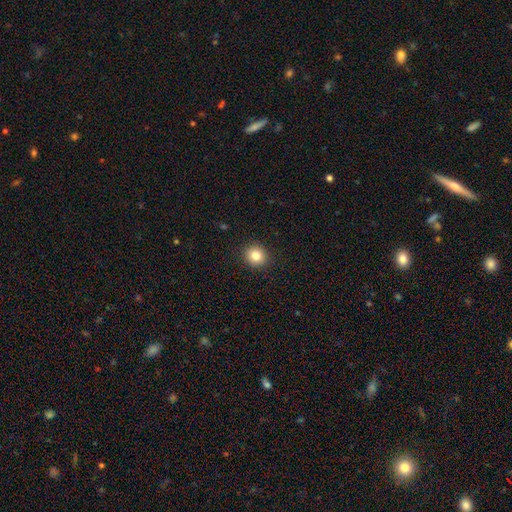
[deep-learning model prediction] smooth-or-featured: smooth: 83% | star or artifact: 11% | featured or disk: 6%
  how-rounded: round: 89% | in between: 10% | cigar-shaped: 1%
  merging: none: 92% | minor disturbance: 5% | major disturbance: 2% | merger: 1%